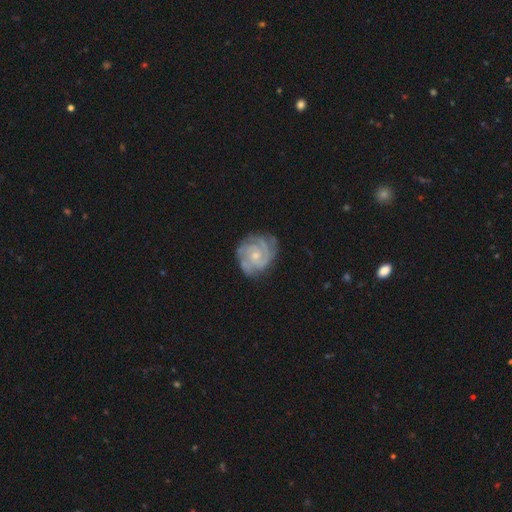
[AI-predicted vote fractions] A featured or disk galaxy (86%) with no bar (72%), 3 (32%) tight (74%) spiral arms (97%) and a small central bulge (63%).

Vote fractions:
- Smooth or featured? featured or disk: 86% / smooth: 8% / star or artifact: 5%
- Edge-on disk? no: 98% / yes: 2%
- Bar? no: 72% / weak: 24% / strong: 4%
- Spiral arms? yes: 97% / no: 3%
- Spiral winding? tight: 74% / medium: 23% / loose: 4%
- Spiral arm count? 3: 32% / 2: 25% / can't tell: 20% / 4: 11% / 1: 5% / more than 4: 5%
- Bulge size? small: 63% / moderate: 33% / none: 3% / large: 1% / dominant: 1%
- Merging? none: 72% / minor disturbance: 21% / major disturbance: 6% / merger: 2%